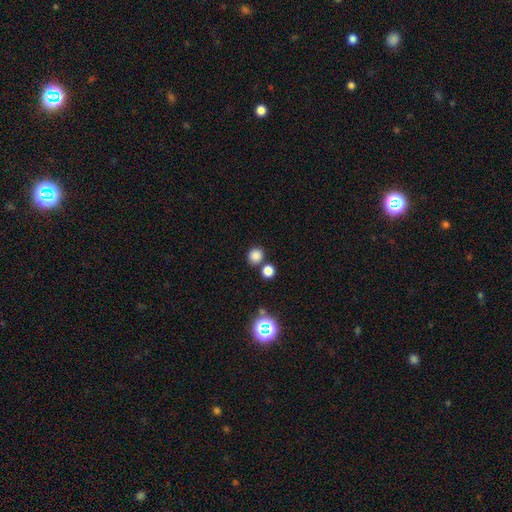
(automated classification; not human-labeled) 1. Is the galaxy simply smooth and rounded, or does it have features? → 81% smooth, 14% star or artifact, 5% featured or disk.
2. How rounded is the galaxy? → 89% round, 10% in between, 1% cigar-shaped.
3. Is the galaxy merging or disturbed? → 73% none, 17% merger, 7% minor disturbance, 3% major disturbance.